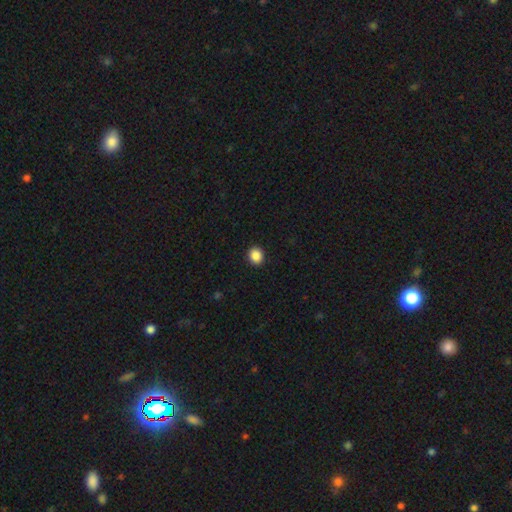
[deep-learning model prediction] Morphology: type=smooth (88%); roundness=round (78%); merging=none (93%).